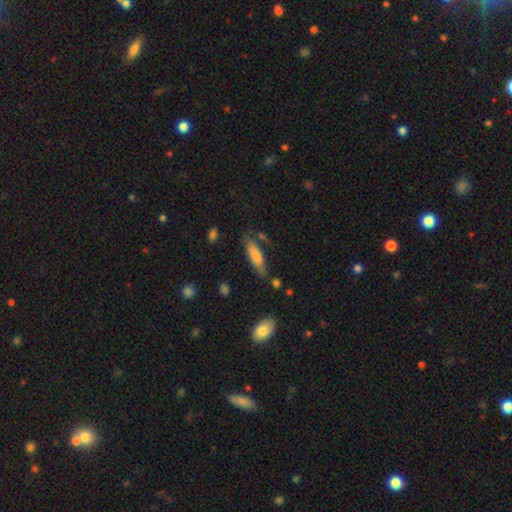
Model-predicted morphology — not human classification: Smooth or featured? smooth (69%)
How rounded? cigar-shaped (59%)
Merging? none (67%)